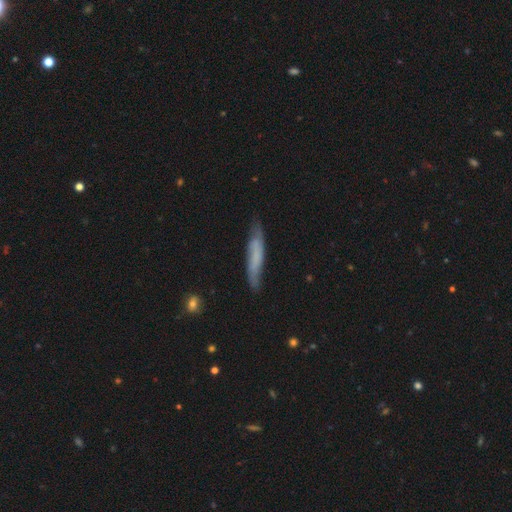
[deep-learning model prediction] This appears to be a smooth galaxy with no disk features (53%) that is cigar-shaped (89%). Merging: none (72%).